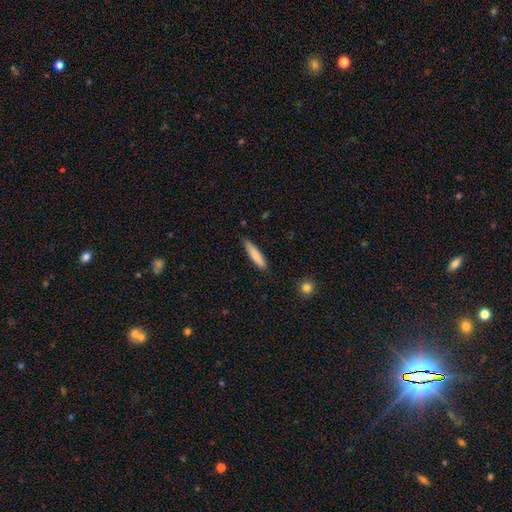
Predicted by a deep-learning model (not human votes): smooth_or_featured: smooth (p=0.79) [alt: featured or disk p=0.15]
how_rounded: cigar-shaped (p=0.83) [alt: in between p=0.15]
merging: none (p=0.80) [alt: minor disturbance p=0.16]